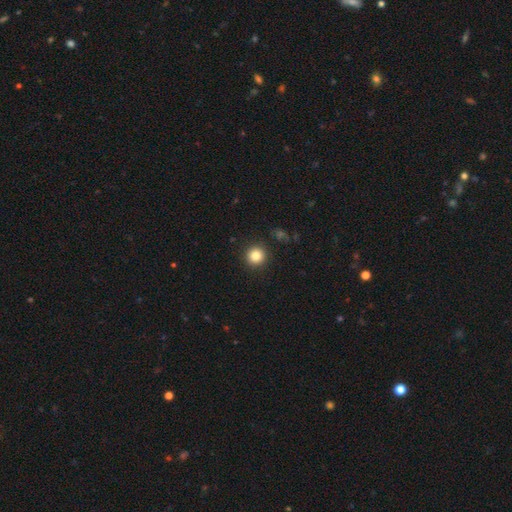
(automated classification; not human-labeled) This appears to be a smooth galaxy with no disk features (84%) that is round (95%). Merging: none (92%).